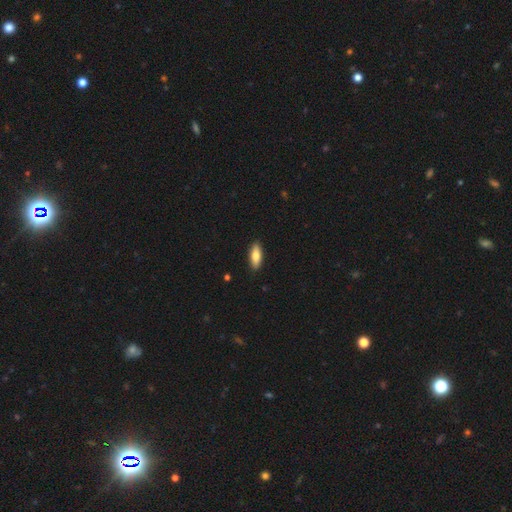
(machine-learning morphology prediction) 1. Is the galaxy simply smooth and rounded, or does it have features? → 78% smooth, 16% featured or disk, 6% star or artifact.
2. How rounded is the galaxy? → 66% in between, 32% cigar-shaped, 2% round.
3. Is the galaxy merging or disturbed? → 90% none, 8% minor disturbance, 2% major disturbance, 1% merger.